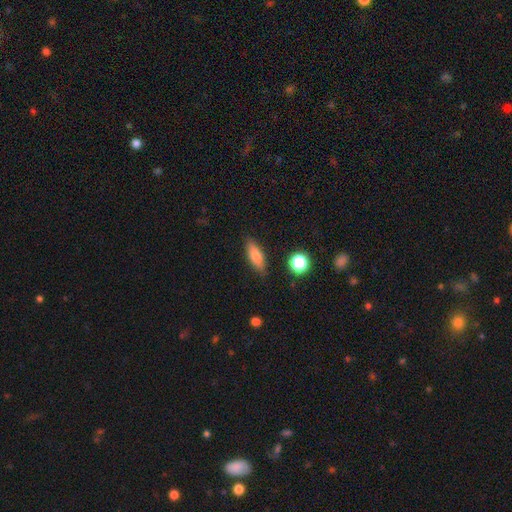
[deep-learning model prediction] This appears to be a smooth galaxy with no disk features (80%) that is in between round and cigar-shaped (61%). Merging: none (84%).